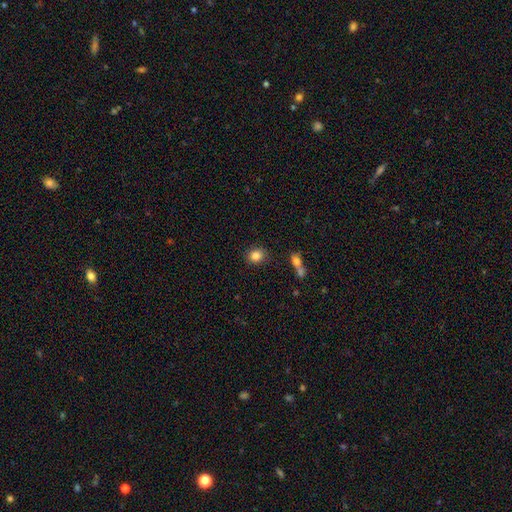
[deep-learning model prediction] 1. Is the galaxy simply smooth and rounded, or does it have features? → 85% smooth, 10% star or artifact, 6% featured or disk.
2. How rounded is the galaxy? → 64% round, 34% in between, 1% cigar-shaped.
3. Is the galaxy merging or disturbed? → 84% none, 10% minor disturbance, 3% merger, 3% major disturbance.